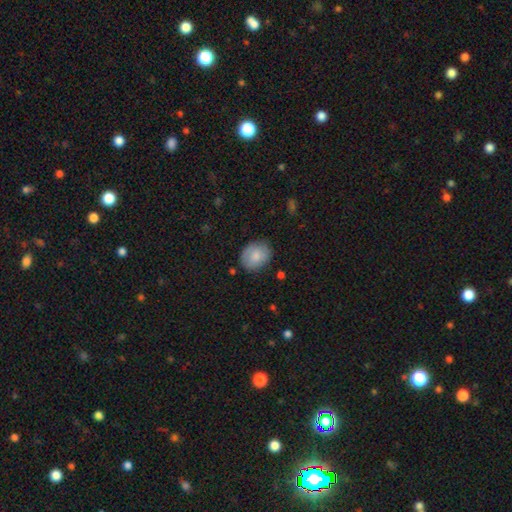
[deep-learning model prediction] A smooth galaxy with no disk features (81%) that is in between round and cigar-shaped (52%).

Vote fractions:
- Smooth or featured? smooth: 81% / featured or disk: 12% / star or artifact: 7%
- How rounded? in between: 52% / round: 47% / cigar-shaped: 1%
- Merging? none: 82% / minor disturbance: 14% / major disturbance: 3% / merger: 1%